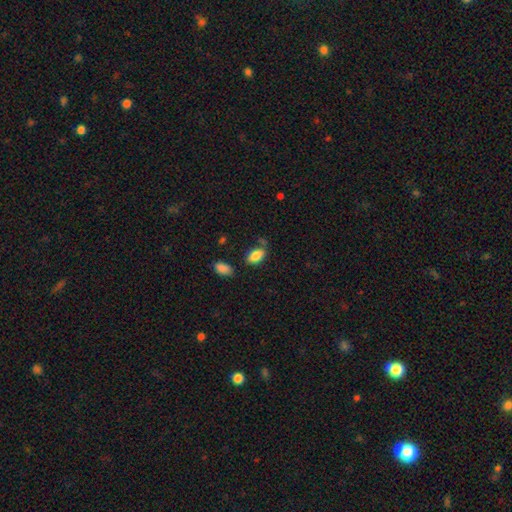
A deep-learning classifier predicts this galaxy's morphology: smooth 86%, star or artifact 8%, featured or disk 6%. Down the decision tree: how rounded — in between (93%); merging — none (69%).